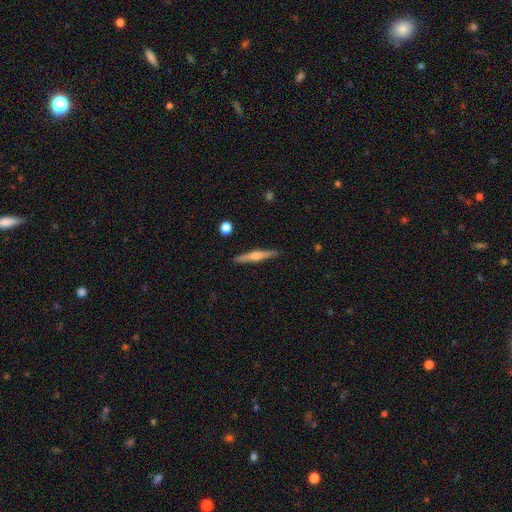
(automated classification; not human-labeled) Q: Smooth or featured?
A: featured or disk (58%); runner-up: smooth (36%)
Q: Edge-on disk?
A: yes (98%); runner-up: no (2%)
Q: Edge-on bulge?
A: rounded (79%); runner-up: boxy (13%)
Q: Merging?
A: none (90%); runner-up: minor disturbance (7%)